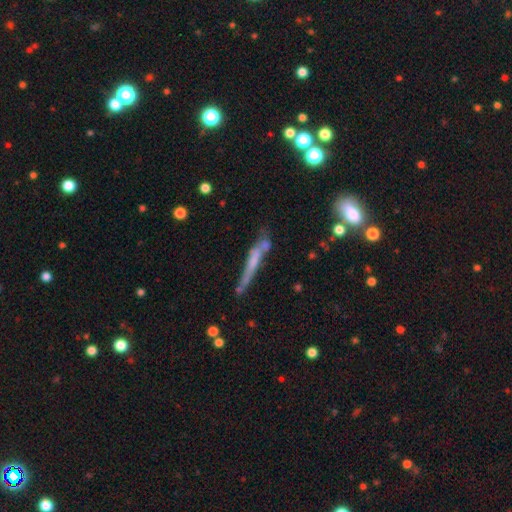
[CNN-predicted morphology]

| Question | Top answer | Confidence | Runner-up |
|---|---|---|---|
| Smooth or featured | featured or disk | 51% | smooth (38%) |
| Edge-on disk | yes | 86% | no (14%) |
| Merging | none | 60% | minor disturbance (22%) |